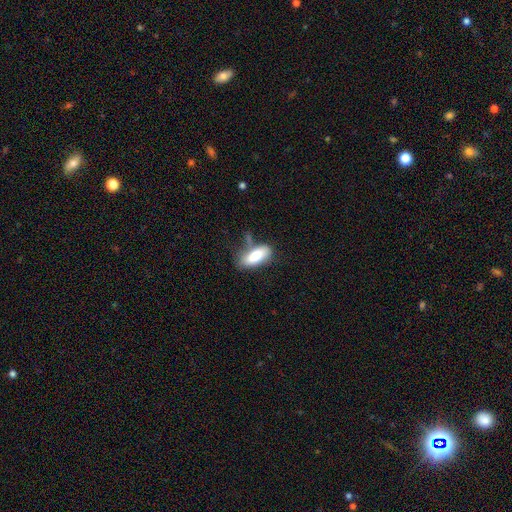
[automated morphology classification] Smooth or featured?
  - smooth: 73% *
  - featured or disk: 20%
  - star or artifact: 7%
How rounded?
  - in between: 83% *
  - cigar-shaped: 15%
  - round: 3%
Merging?
  - none: 55% *
  - minor disturbance: 25%
  - merger: 10%
  - major disturbance: 9%